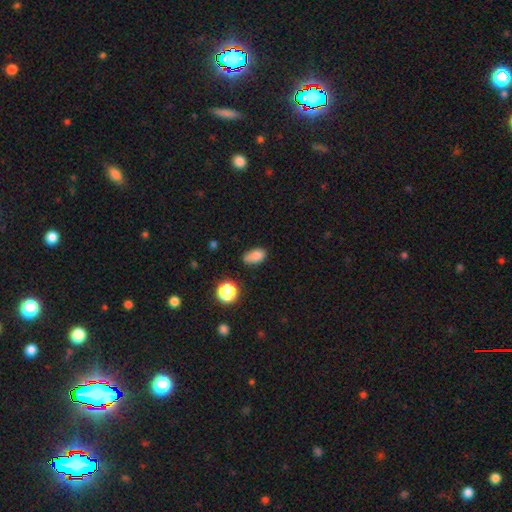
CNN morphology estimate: smooth-or-featured: smooth: 81% | star or artifact: 11% | featured or disk: 8%
  how-rounded: in between: 85% | round: 13% | cigar-shaped: 2%
  merging: none: 55% | minor disturbance: 30% | major disturbance: 7% | merger: 7%